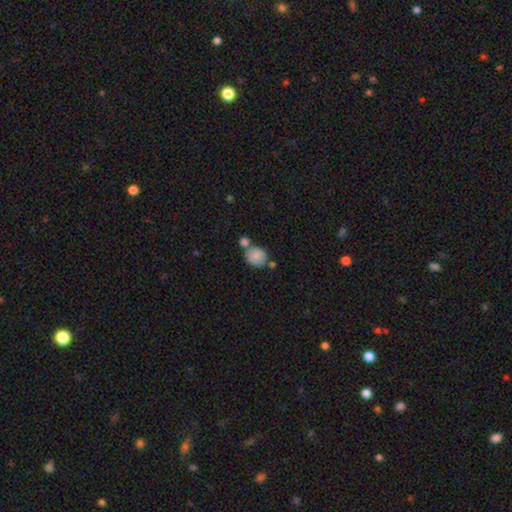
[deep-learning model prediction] This appears to be a smooth galaxy with no disk features (81%) that is round (78%). Merging: none (52%).